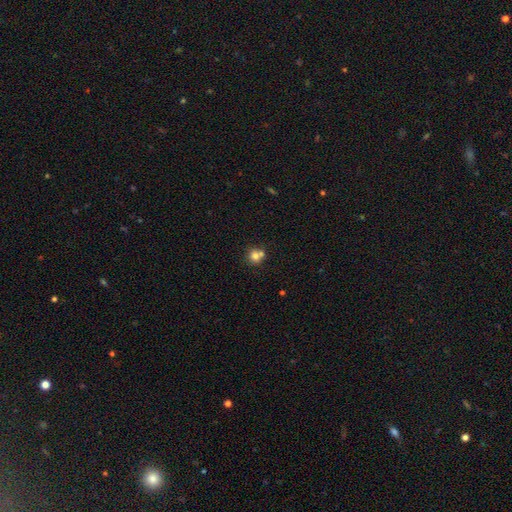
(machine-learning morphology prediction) Smooth or featured: smooth — 76% (featured or disk — 12%)
How rounded: round — 87% (in between — 12%)
Merging: none — 50% (merger — 38%)